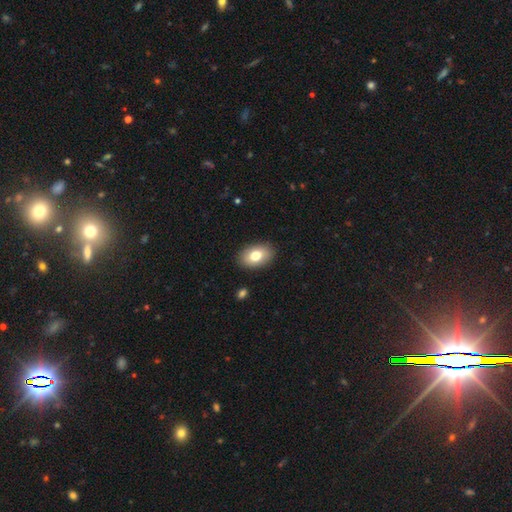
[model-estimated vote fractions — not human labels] This appears to be a smooth galaxy with no disk features (77%) that is in between round and cigar-shaped (89%). Merging: none (88%).